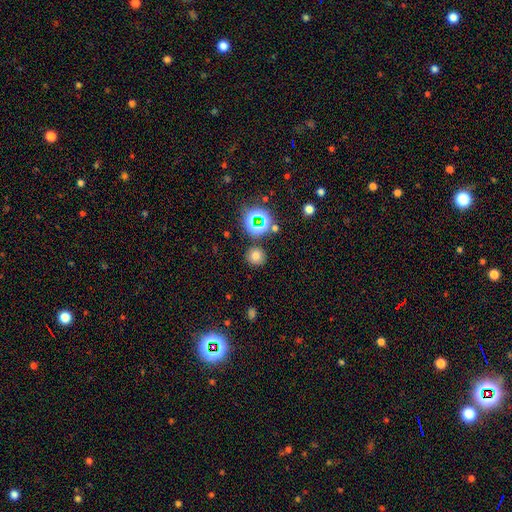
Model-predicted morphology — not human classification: The model was most divided on "smooth or featured": smooth: 70%, star or artifact: 22%, featured or disk: 8%. More confident: how rounded — round (91%); merging — none (86%).